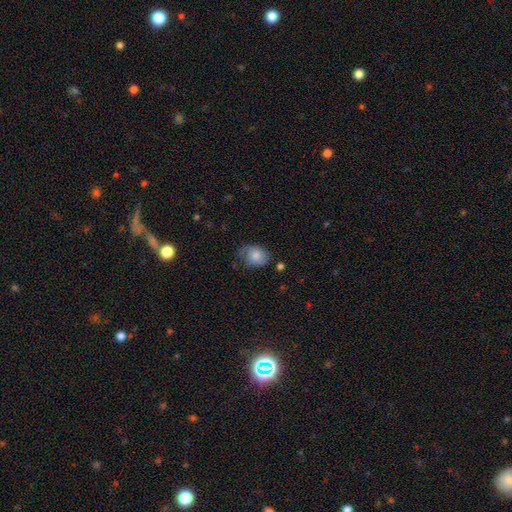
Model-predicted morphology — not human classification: This appears to be a smooth galaxy with no disk features (71%) that is in between round and cigar-shaped (60%). Merging: none (50%).